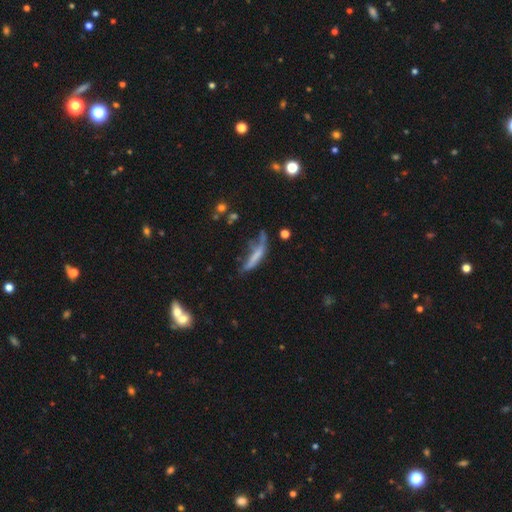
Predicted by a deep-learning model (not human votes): A smooth galaxy with no disk features (52%) that is cigar-shaped (81%).

Vote fractions:
- Smooth or featured? smooth: 52% / featured or disk: 37% / star or artifact: 11%
- How rounded? cigar-shaped: 81% / in between: 16% / round: 2%
- Merging? none: 33% / minor disturbance: 29% / major disturbance: 27% / merger: 11%